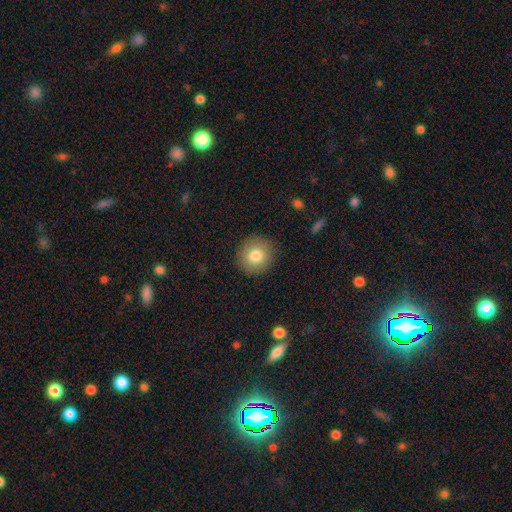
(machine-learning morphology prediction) Smooth or featured? smooth (80%)
How rounded? round (90%)
Merging? none (90%)